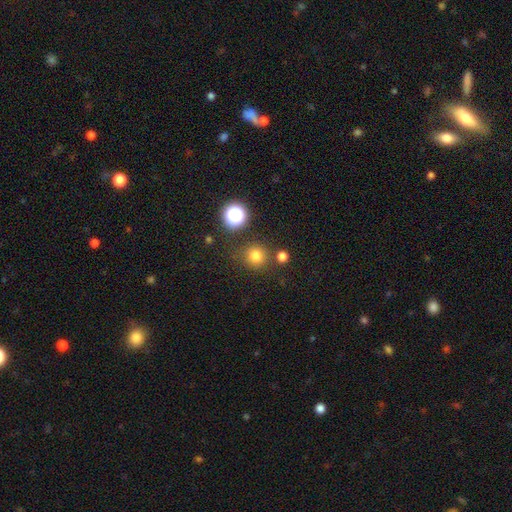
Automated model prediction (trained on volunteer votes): smooth_or_featured: smooth (p=0.76) [alt: star or artifact p=0.18]
how_rounded: round (p=0.93) [alt: in between p=0.06]
merging: none (p=0.81) [alt: minor disturbance p=0.09]